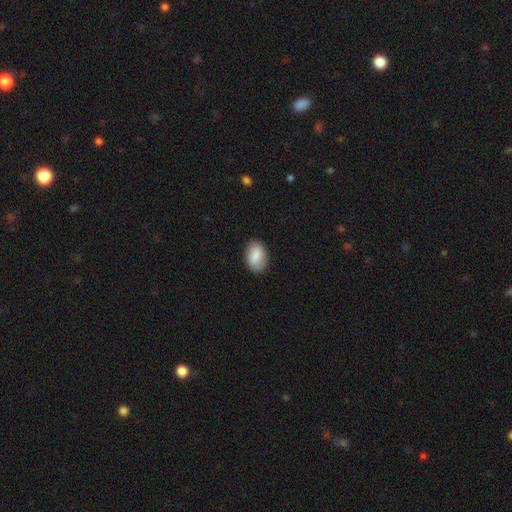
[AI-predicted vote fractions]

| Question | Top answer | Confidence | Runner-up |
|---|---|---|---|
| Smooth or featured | smooth | 84% | featured or disk (10%) |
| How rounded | in between | 87% | round (12%) |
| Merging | none | 85% | minor disturbance (12%) |